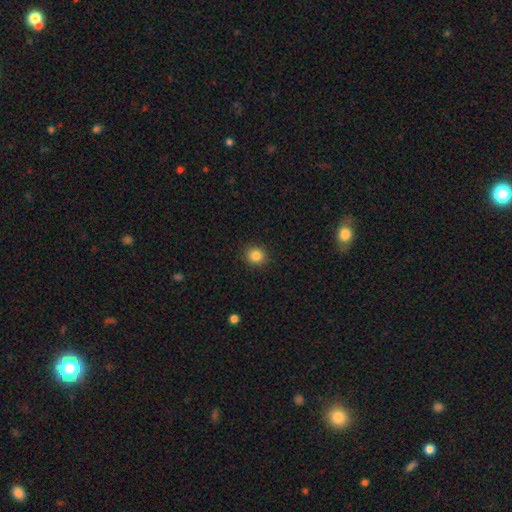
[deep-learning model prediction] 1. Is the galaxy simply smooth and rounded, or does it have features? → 85% smooth, 10% star or artifact, 4% featured or disk.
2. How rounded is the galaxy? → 87% round, 12% in between, 1% cigar-shaped.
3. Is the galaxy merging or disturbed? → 91% none, 6% minor disturbance, 2% major disturbance, 1% merger.